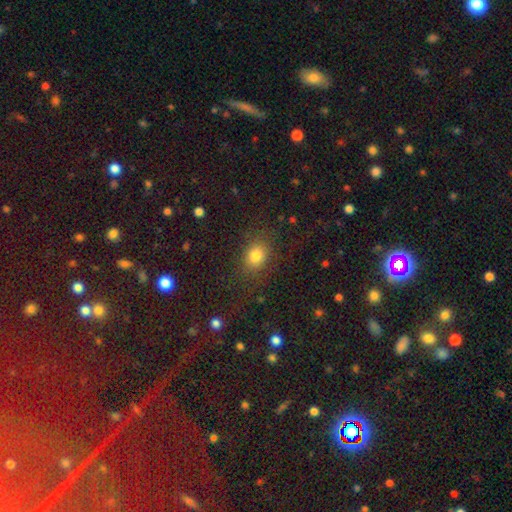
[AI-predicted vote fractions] Smooth or featured?
  - smooth: 78% *
  - star or artifact: 14%
  - featured or disk: 8%
How rounded?
  - in between: 54% *
  - round: 45%
  - cigar-shaped: 2%
Merging?
  - none: 80% *
  - minor disturbance: 12%
  - major disturbance: 7%
  - merger: 2%